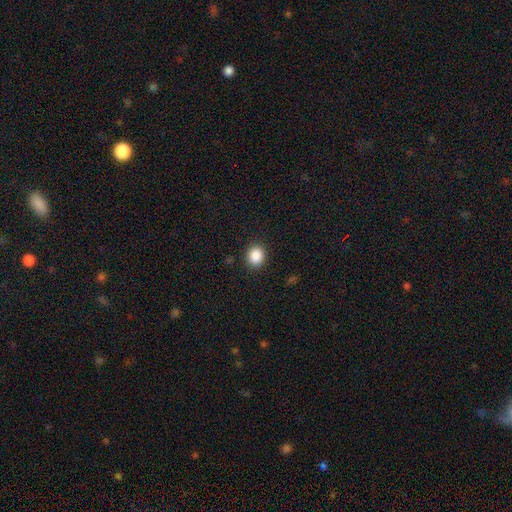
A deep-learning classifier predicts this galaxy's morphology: This appears to be a smooth galaxy with no disk features (88%) that is round (75%). Merging: none (90%).